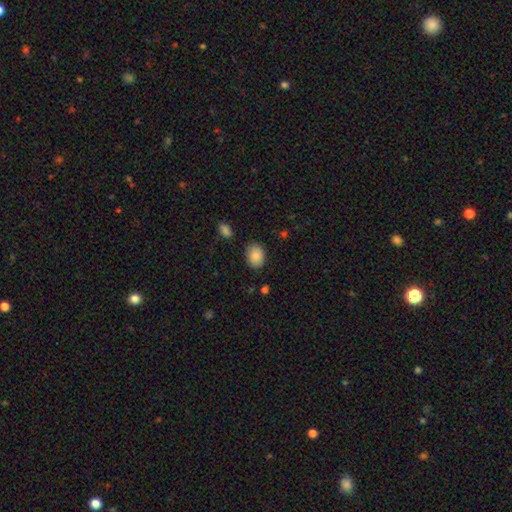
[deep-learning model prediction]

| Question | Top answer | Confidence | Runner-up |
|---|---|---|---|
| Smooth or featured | smooth | 88% | star or artifact (8%) |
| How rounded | in between | 72% | round (27%) |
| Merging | none | 83% | minor disturbance (12%) |